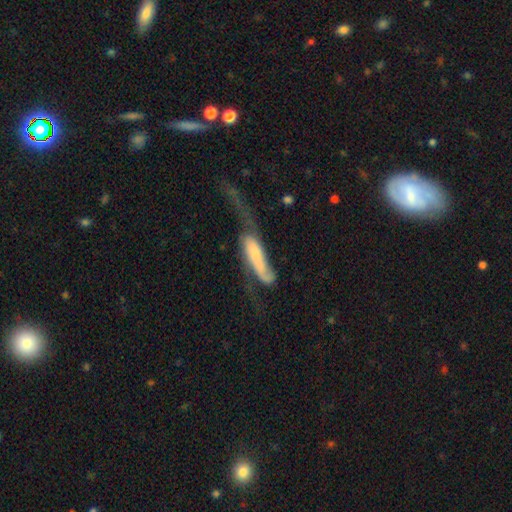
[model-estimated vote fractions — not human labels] This appears to be a featured or disk galaxy (51%). Merging: major disturbance (55%).